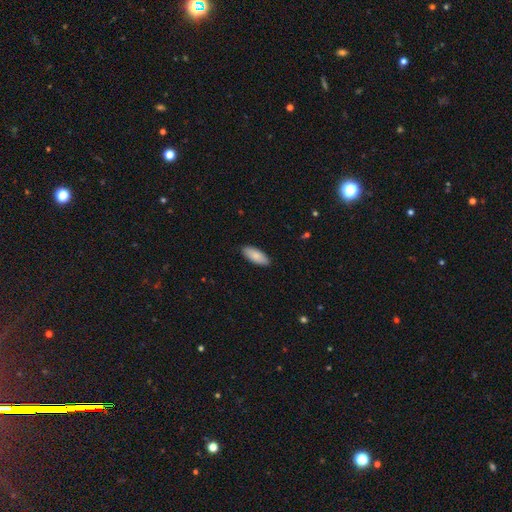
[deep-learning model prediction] Q: Smooth or featured?
A: smooth (86%); runner-up: featured or disk (9%)
Q: How rounded?
A: in between (82%); runner-up: cigar-shaped (17%)
Q: Merging?
A: none (89%); runner-up: minor disturbance (9%)